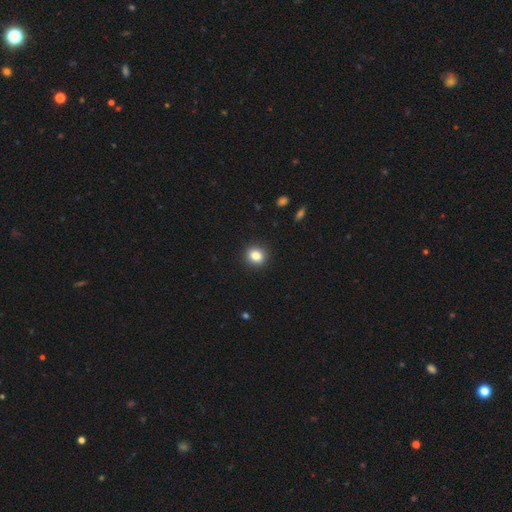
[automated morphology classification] This appears to be a smooth galaxy with no disk features (84%) that is round (71%). Merging: none (91%).